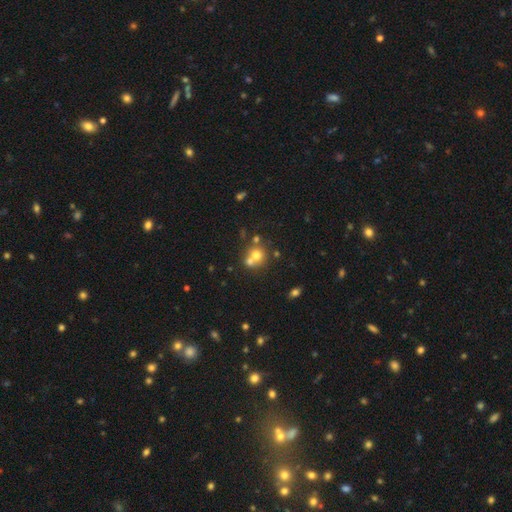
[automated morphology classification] smooth-or-featured: smooth: 67% | featured or disk: 19% | star or artifact: 14%
  how-rounded: round: 83% | in between: 16% | cigar-shaped: 1%
  merging: merger: 48% | none: 41% | minor disturbance: 7% | major disturbance: 3%